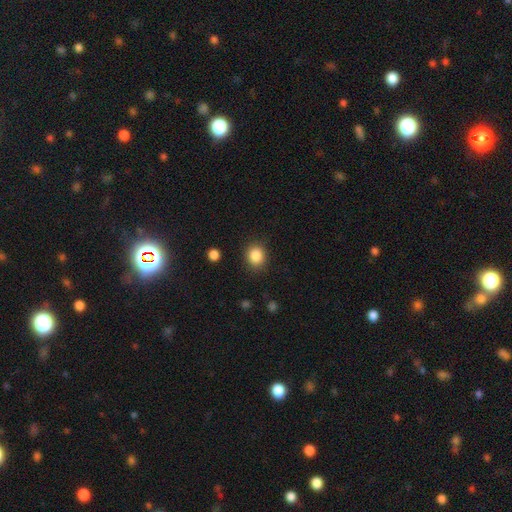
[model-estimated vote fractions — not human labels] smooth 86%, star or artifact 10%, featured or disk 4%. Down the decision tree: how rounded — round (74%); merging — none (87%).